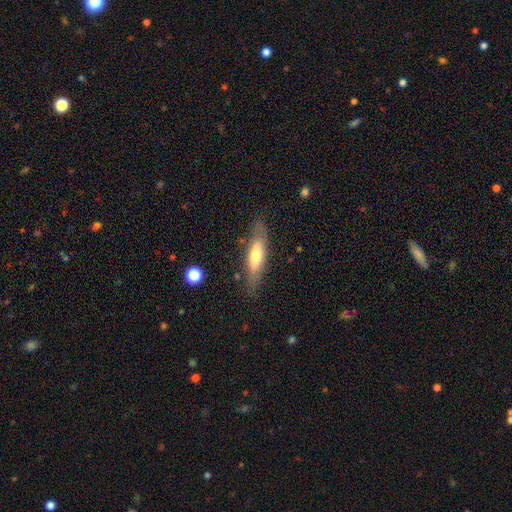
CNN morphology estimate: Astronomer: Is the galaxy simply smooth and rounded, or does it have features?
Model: smooth — 56% (runner-up: featured or disk, 38%).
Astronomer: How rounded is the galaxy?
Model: cigar-shaped — 57% (runner-up: in between, 41%).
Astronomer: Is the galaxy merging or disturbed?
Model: none — 78%.